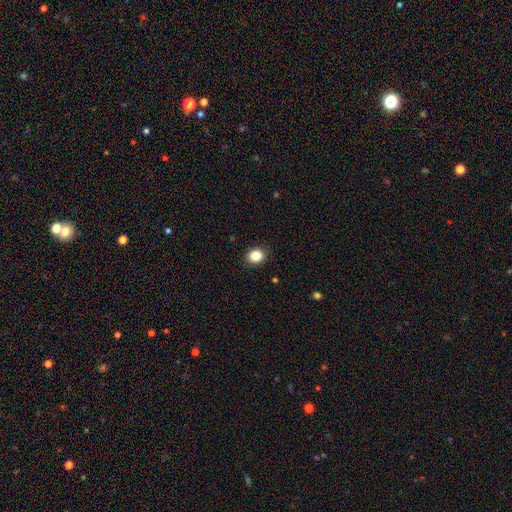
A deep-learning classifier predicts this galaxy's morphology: This appears to be a smooth galaxy with no disk features (84%) that is round (68%). Merging: none (90%).